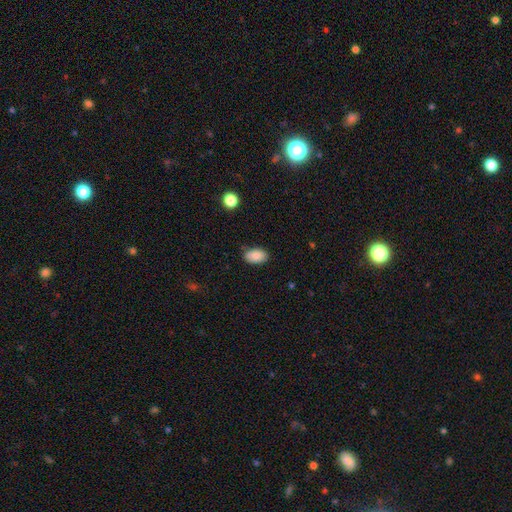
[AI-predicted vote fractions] smooth 87%, star or artifact 8%, featured or disk 5%. Down the decision tree: how rounded — in between (92%); merging — none (81%).